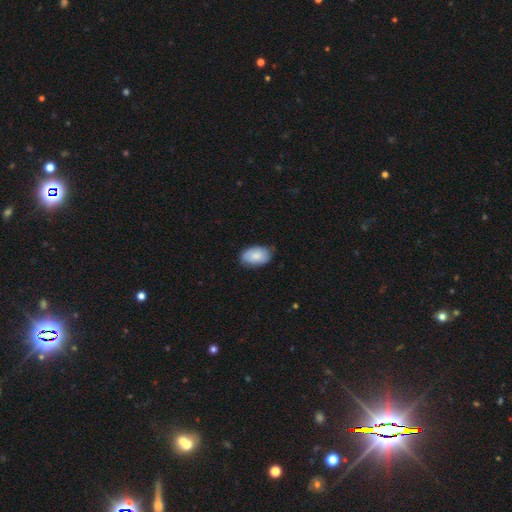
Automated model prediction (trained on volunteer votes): smooth-or-featured: smooth: 82% | featured or disk: 12% | star or artifact: 6%
  how-rounded: in between: 92% | round: 7% | cigar-shaped: 1%
  merging: none: 77% | minor disturbance: 19% | major disturbance: 3% | merger: 1%